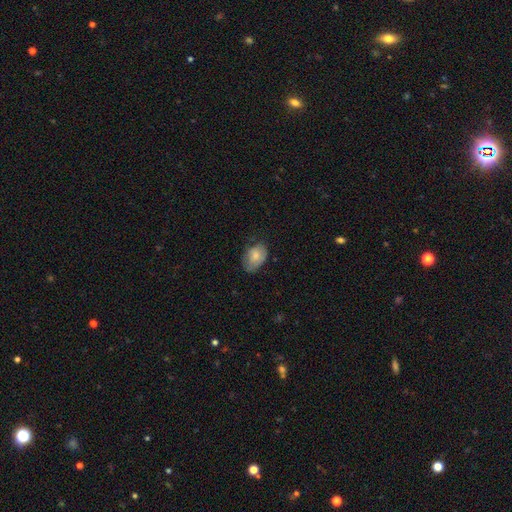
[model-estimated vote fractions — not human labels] smooth 75%, featured or disk 18%, star or artifact 7%. Down the decision tree: how rounded — in between (80%); merging — none (55%).